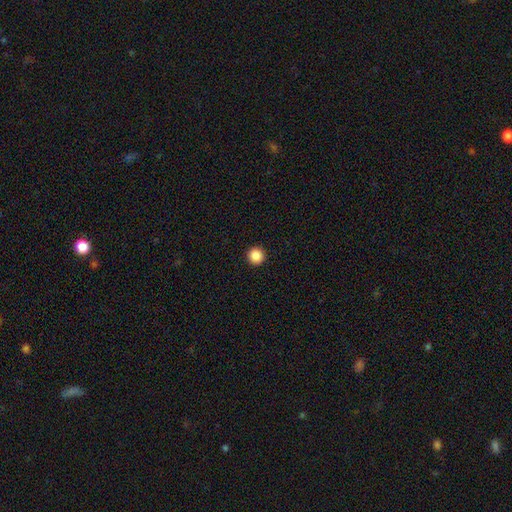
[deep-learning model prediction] A smooth galaxy with no disk features (88%) that is round (96%).

Vote fractions:
- Smooth or featured? smooth: 88% / star or artifact: 9% / featured or disk: 3%
- How rounded? round: 96% / in between: 3% / cigar-shaped: 1%
- Merging? none: 94% / minor disturbance: 4% / major disturbance: 1% / merger: 1%